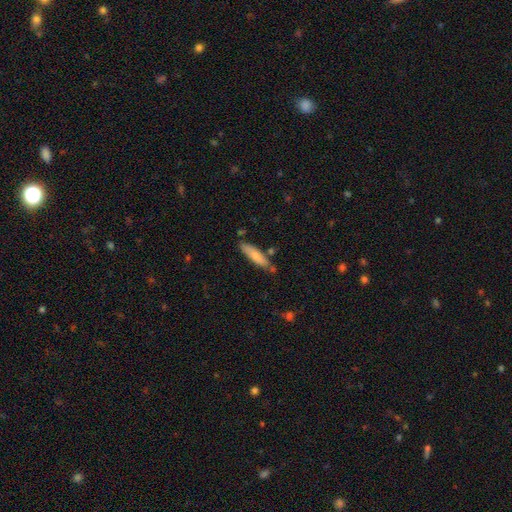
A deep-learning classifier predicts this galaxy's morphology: smooth 74%, featured or disk 20%, star or artifact 6%. Down the decision tree: how rounded — cigar-shaped (70%); merging — none (73%).